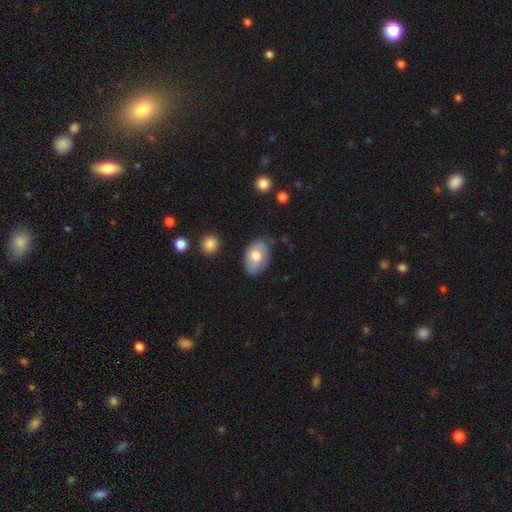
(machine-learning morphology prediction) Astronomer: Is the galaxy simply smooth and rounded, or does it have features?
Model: smooth — 67%.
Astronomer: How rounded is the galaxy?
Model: in between — 89%.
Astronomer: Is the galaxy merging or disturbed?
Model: none — 68%.